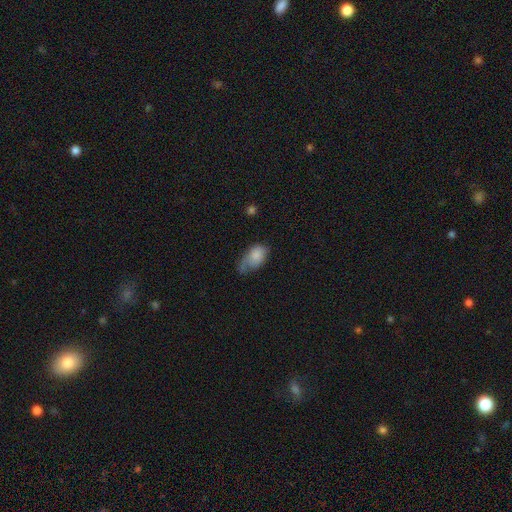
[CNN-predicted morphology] smooth_or_featured: smooth (p=0.79) [alt: featured or disk p=0.13]
how_rounded: in between (p=0.90) [alt: round p=0.08]
merging: minor disturbance (p=0.40) [alt: none p=0.33]